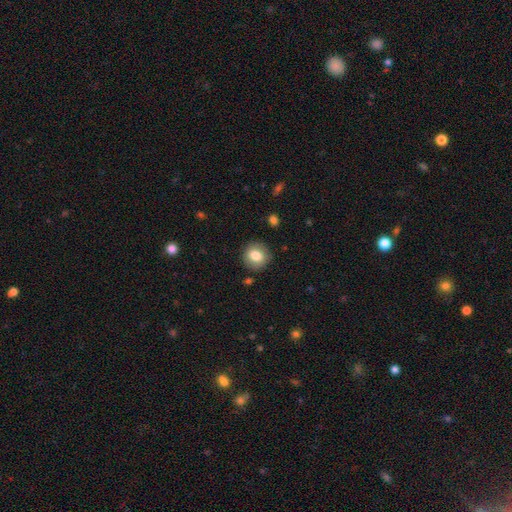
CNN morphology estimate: This is clearly a smooth galaxy (80%). How rounded: clearly round (84%). Merging: clearly none (87%).